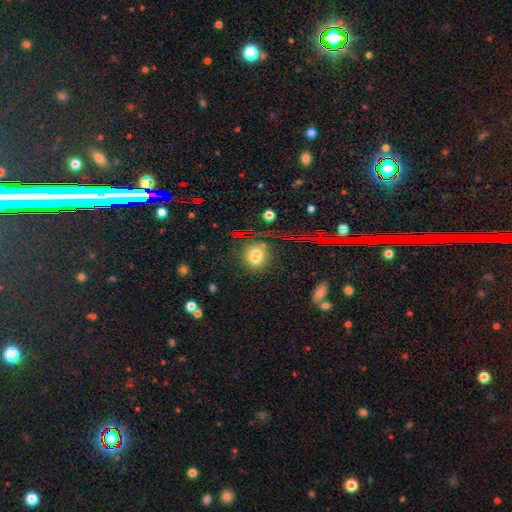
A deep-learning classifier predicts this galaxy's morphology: This appears to be a smooth galaxy with no disk features (63%) that is round (65%). Merging: none (63%).